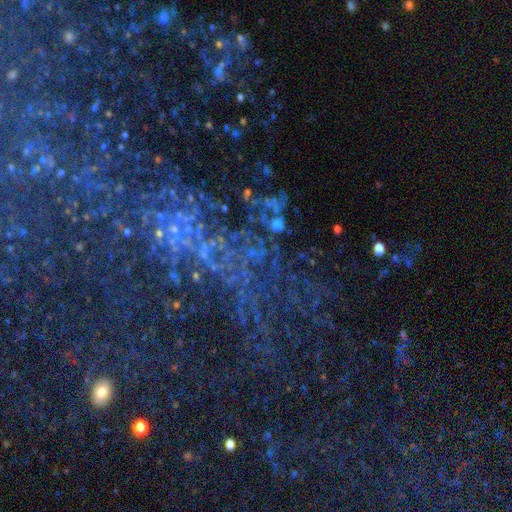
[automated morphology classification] Smooth or featured? star or artifact (63%)